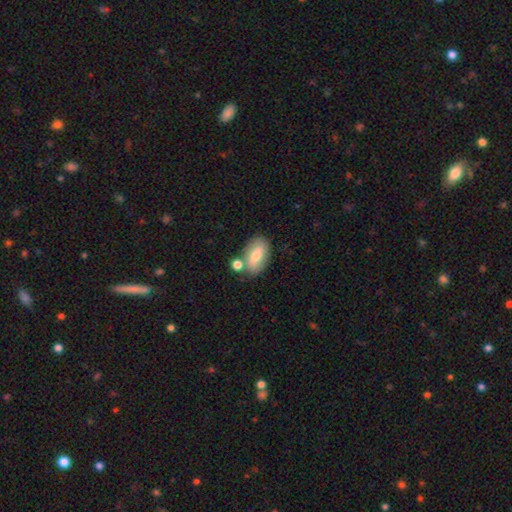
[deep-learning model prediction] smooth-or-featured: smooth: 70% | featured or disk: 24% | star or artifact: 7%
  how-rounded: in between: 90% | round: 7% | cigar-shaped: 3%
  merging: none: 63% | merger: 18% | minor disturbance: 15% | major disturbance: 4%